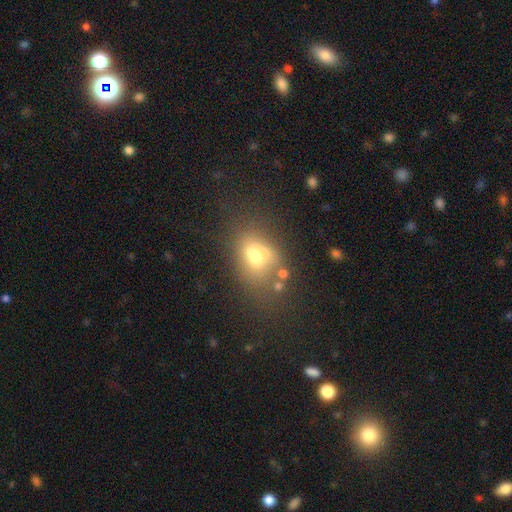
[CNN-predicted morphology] This is possibly a smooth galaxy (51%). How rounded: likely in between (64%). Merging: marginally merger (45%).